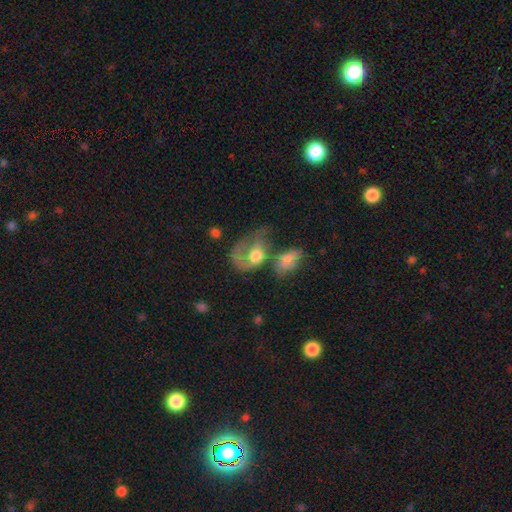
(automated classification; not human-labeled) Smooth or featured? Predicted: featured or disk (p=0.48). Merging? Predicted: major disturbance (p=0.37).